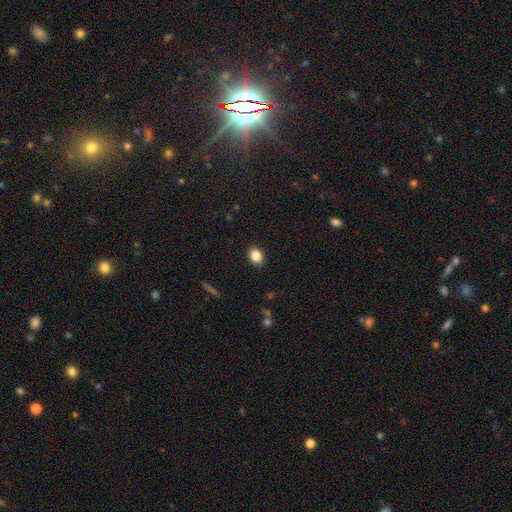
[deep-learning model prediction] This appears to be a smooth galaxy with no disk features (86%) that is in between round and cigar-shaped (62%). Merging: none (89%).